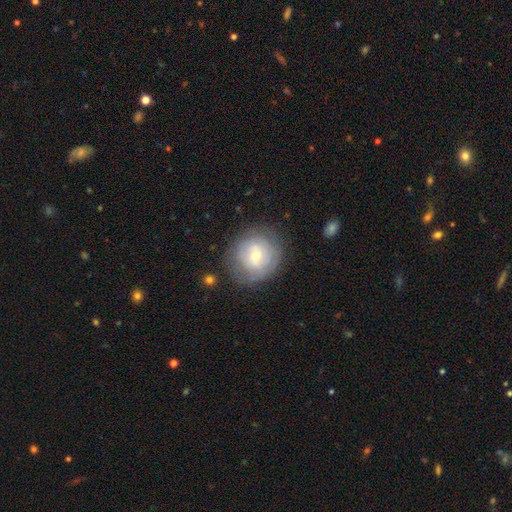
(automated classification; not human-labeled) A smooth galaxy with no disk features (50%) that is round (88%). Merging: none (73%).